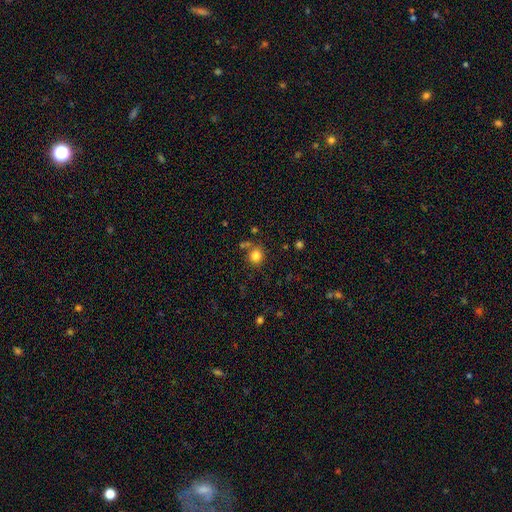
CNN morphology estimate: A smooth galaxy with no disk features (82%) that is round (87%). Merging: none (76%).